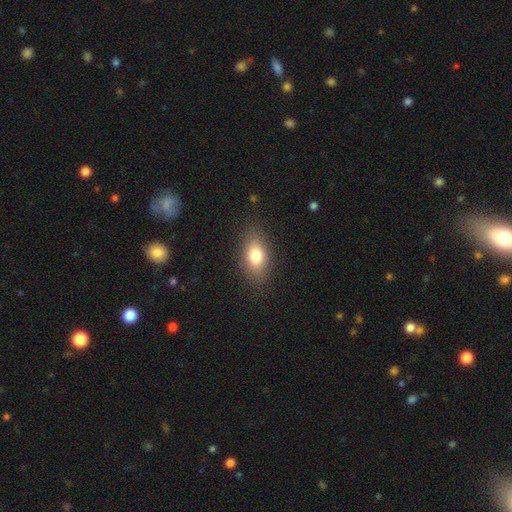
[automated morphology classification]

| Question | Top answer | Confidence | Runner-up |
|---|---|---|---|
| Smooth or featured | smooth | 77% | featured or disk (14%) |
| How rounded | in between | 82% | round (11%) |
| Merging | none | 85% | minor disturbance (11%) |